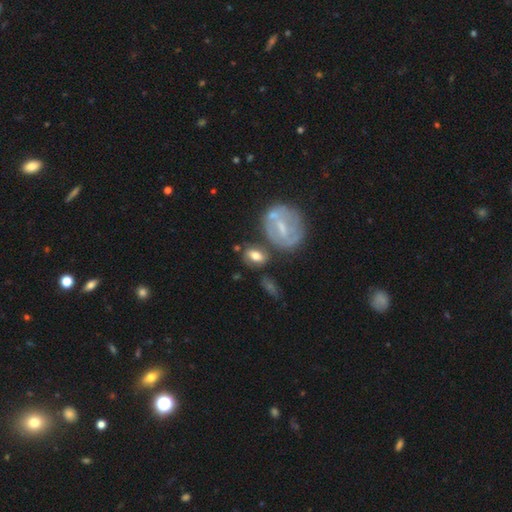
Morphology: type=smooth (57%); roundness=in between (57%); merging=none (63%).